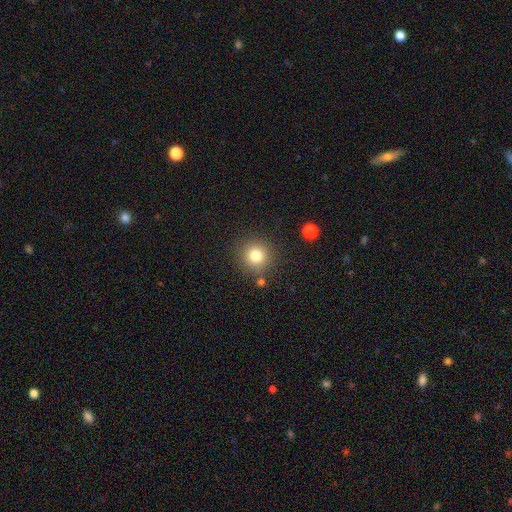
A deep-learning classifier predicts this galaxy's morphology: A smooth galaxy with no disk features (80%) that is round (94%). Merging: none (85%).